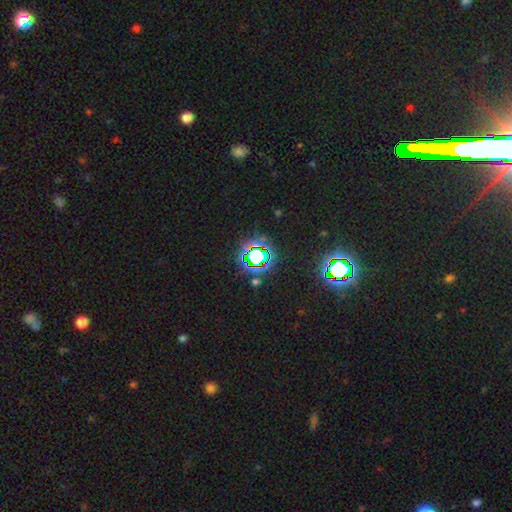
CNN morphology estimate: Smooth or featured?
  - star or artifact: 71% *
  - smooth: 18%
  - featured or disk: 11%